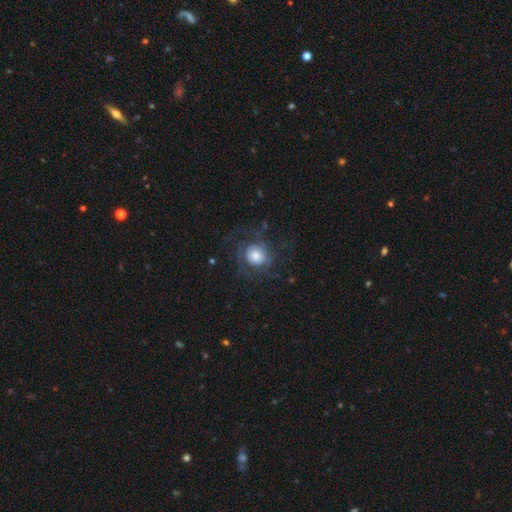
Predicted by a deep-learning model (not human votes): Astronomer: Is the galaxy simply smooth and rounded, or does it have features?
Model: featured or disk — 49% (runner-up: smooth, 41%).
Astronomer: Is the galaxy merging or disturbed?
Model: none — 61%.